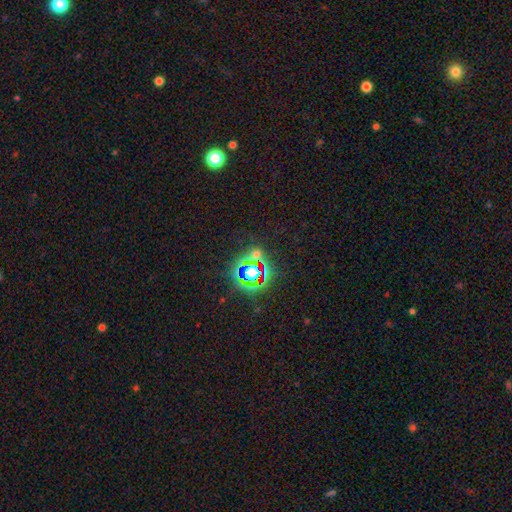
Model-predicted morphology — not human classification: Smooth or featured: star or artifact — 75% (smooth — 16%)